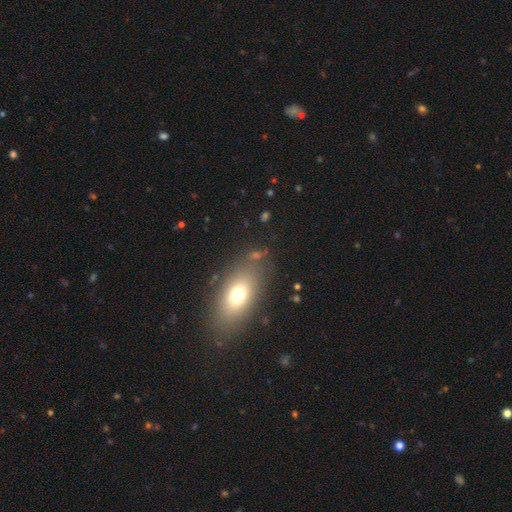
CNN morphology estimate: Smooth or featured?
  - smooth: 68% *
  - featured or disk: 18%
  - star or artifact: 14%
How rounded?
  - in between: 78% *
  - round: 13%
  - cigar-shaped: 9%
Merging?
  - none: 80% *
  - minor disturbance: 11%
  - major disturbance: 5%
  - merger: 4%